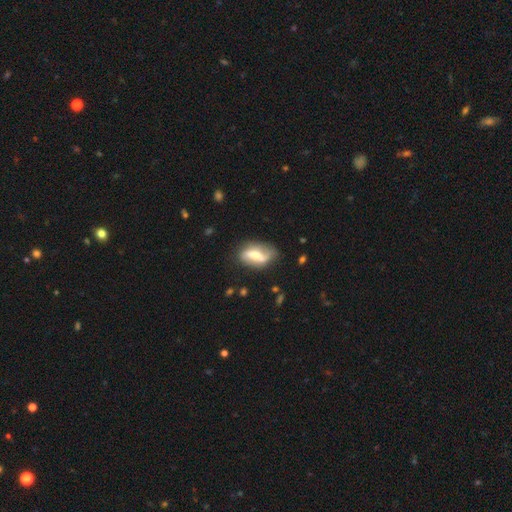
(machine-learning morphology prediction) smooth_or_featured: featured or disk (p=0.59) [alt: smooth p=0.34]
disk_edge_on: no (p=0.88) [alt: yes p=0.12]
bar: strong (p=0.45) [alt: weak p=0.33]
has_spiral_arms: yes (p=0.75) [alt: no p=0.25]
bulge_size: moderate (p=0.52) [alt: small p=0.29]
merging: none (p=0.73) [alt: minor disturbance p=0.19]